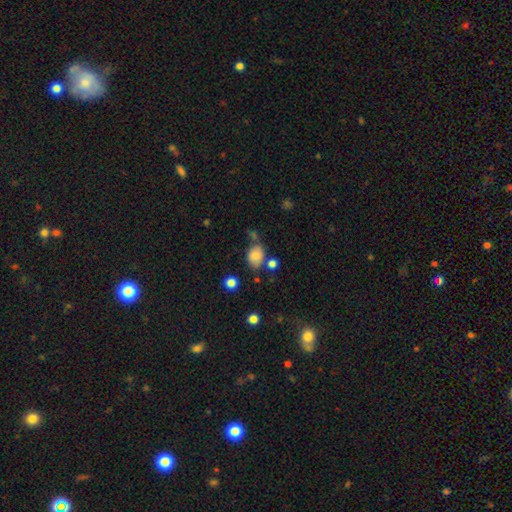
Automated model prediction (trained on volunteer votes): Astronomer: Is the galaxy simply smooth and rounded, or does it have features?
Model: smooth — 79%.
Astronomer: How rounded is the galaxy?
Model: in between — 71%.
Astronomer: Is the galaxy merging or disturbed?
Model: none — 59%.